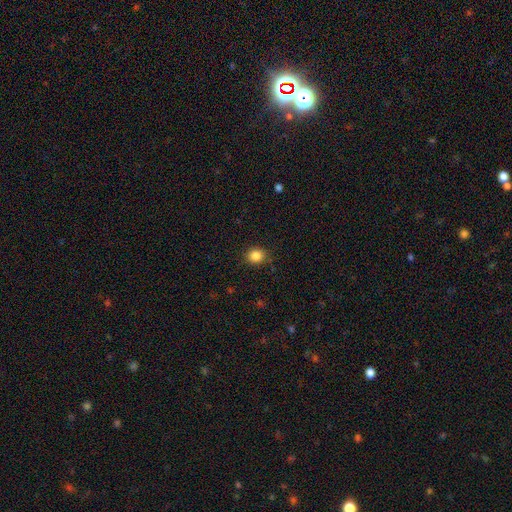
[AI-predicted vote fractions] This is clearly a smooth galaxy (85%). How rounded: likely round (79%). Merging: clearly none (87%).